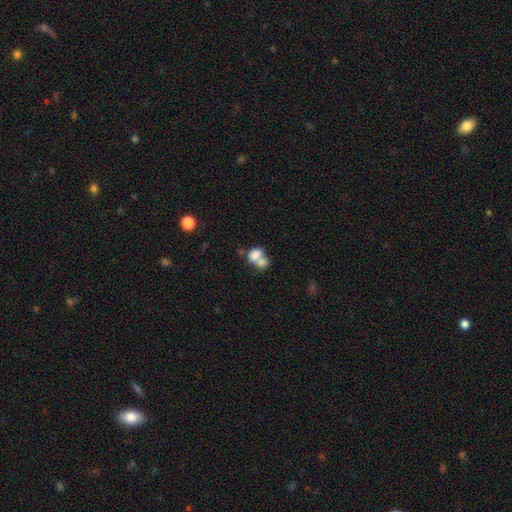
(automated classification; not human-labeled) Morphology: type=smooth (74%); roundness=in between (65%); merging=merger (69%).